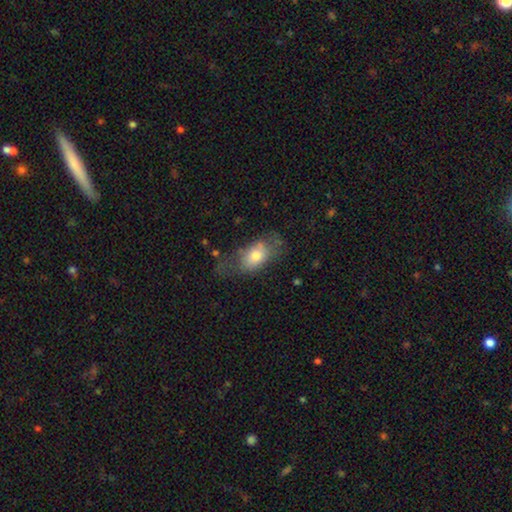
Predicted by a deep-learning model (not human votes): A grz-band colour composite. It shows a smooth galaxy with no disk features (69%) that is in between round and cigar-shaped (85%). Merging: none (39%).